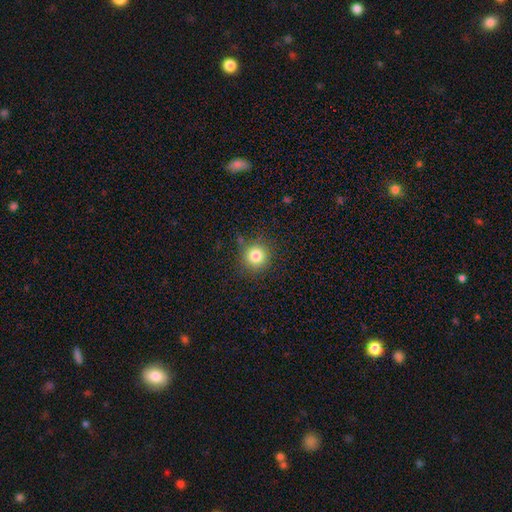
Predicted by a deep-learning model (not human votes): Smooth or featured: smooth — 81% (star or artifact — 12%)
How rounded: round — 93% (in between — 6%)
Merging: none — 84% (minor disturbance — 11%)